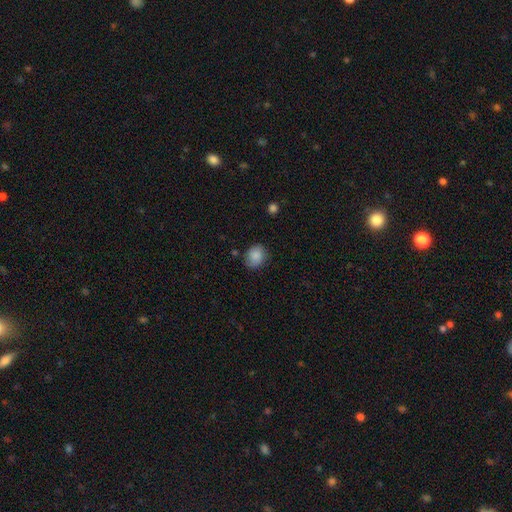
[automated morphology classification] Smooth or featured?
  - smooth: 86% *
  - star or artifact: 8%
  - featured or disk: 6%
How rounded?
  - round: 59% *
  - in between: 40%
  - cigar-shaped: 1%
Merging?
  - none: 77% *
  - minor disturbance: 18%
  - major disturbance: 4%
  - merger: 2%